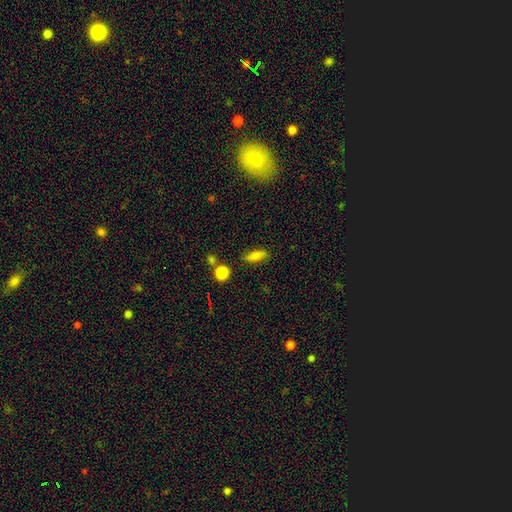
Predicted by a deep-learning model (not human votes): Smooth or featured? smooth (71%)
How rounded? in between (69%)
Merging? none (81%)